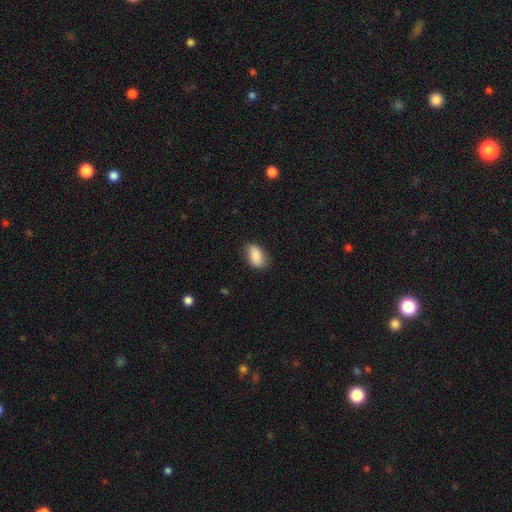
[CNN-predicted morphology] smooth 85%, featured or disk 8%, star or artifact 7%. Down the decision tree: how rounded — in between (90%); merging — none (72%).